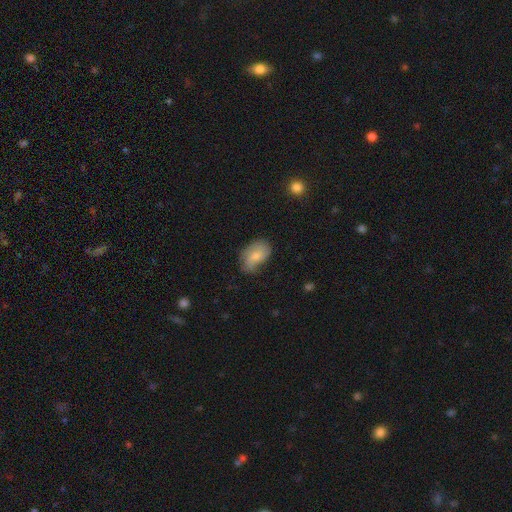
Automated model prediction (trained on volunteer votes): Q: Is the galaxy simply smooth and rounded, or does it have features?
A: smooth — 66%.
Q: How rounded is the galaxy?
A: in between — 88%.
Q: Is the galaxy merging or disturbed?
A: none — 55%.